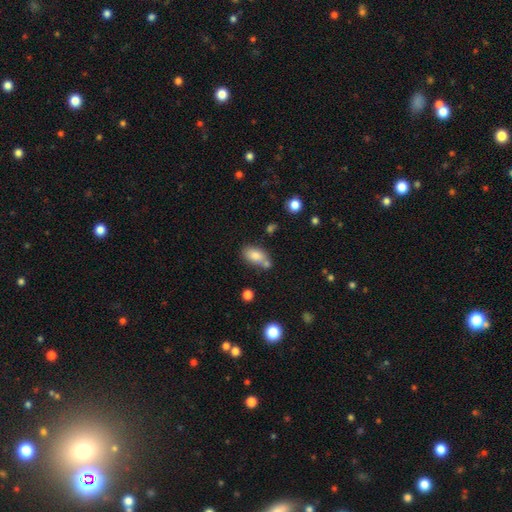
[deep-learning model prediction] A smooth galaxy with no disk features (81%) that is in between round and cigar-shaped (89%).

Vote fractions:
- Smooth or featured? smooth: 81% / featured or disk: 10% / star or artifact: 9%
- How rounded? in between: 89% / round: 7% / cigar-shaped: 3%
- Merging? none: 52% / merger: 26% / minor disturbance: 16% / major disturbance: 5%